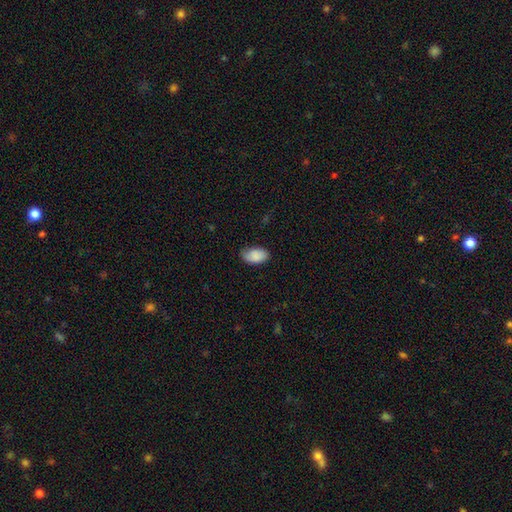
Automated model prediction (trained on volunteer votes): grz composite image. It shows a smooth galaxy with no disk features (88%) that is in between round and cigar-shaped (94%). Merging: none (73%).